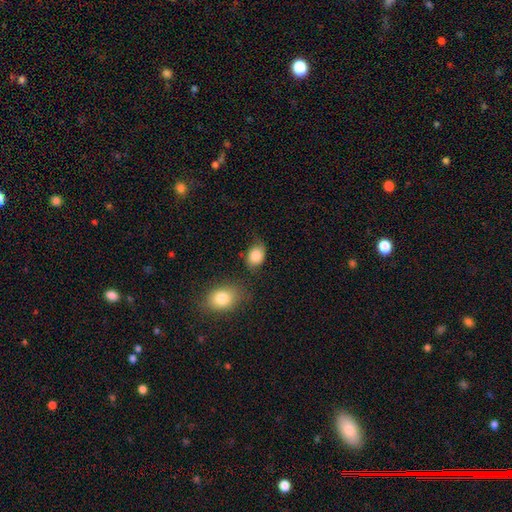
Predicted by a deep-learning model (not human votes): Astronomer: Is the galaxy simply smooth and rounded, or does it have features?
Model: smooth — 84%.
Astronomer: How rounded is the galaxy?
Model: in between — 65%.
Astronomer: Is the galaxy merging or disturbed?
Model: none — 58%.